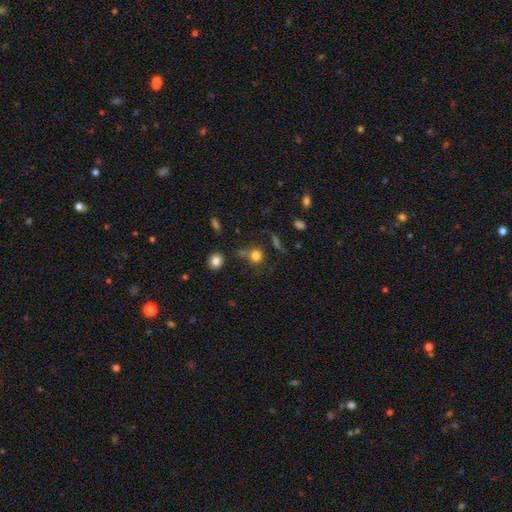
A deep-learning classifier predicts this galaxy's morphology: Q: Smooth or featured?
A: smooth (76%); runner-up: star or artifact (15%)
Q: How rounded?
A: round (88%); runner-up: in between (11%)
Q: Merging?
A: none (65%); runner-up: minor disturbance (15%)